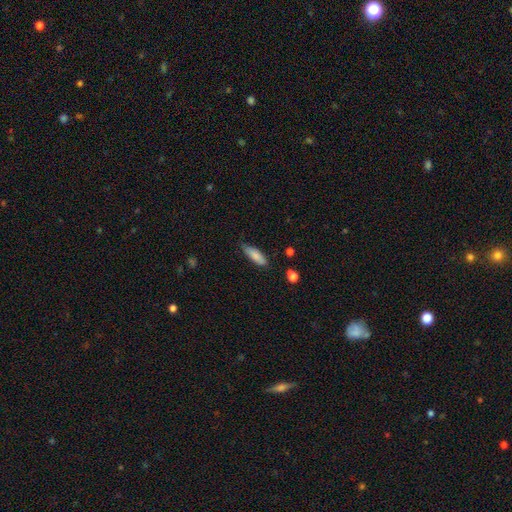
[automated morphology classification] This appears to be a smooth galaxy with no disk features (84%) that is in between round and cigar-shaped (55%). Merging: none (72%).